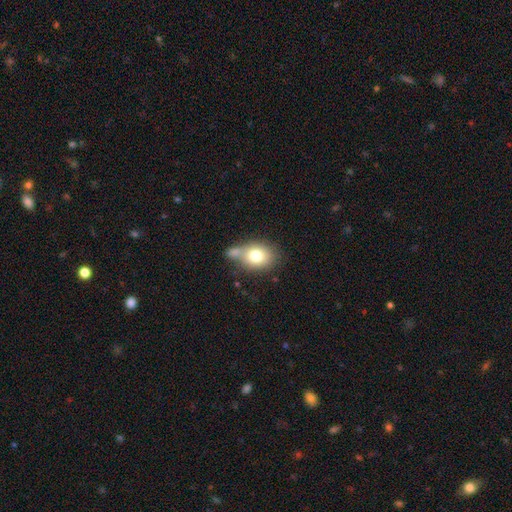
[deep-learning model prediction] Smooth or featured? Predicted: smooth (p=0.76). How rounded? Predicted: in between (p=0.56). Merging? Predicted: none (p=0.42).